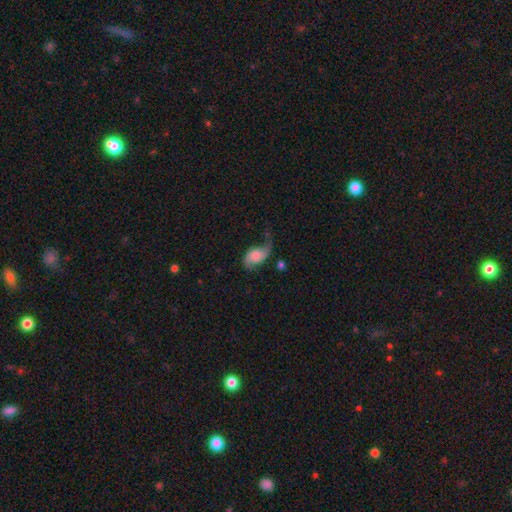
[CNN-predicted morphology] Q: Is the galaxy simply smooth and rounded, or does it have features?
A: featured or disk — 67%.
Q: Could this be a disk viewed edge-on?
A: no — 97%.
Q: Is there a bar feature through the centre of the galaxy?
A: no — 67%.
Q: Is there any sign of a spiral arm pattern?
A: yes — 93%.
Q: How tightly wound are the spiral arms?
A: loose — 72%.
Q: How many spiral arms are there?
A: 2 — 80%.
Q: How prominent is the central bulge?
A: none — 36%.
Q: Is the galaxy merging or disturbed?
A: none — 41%.